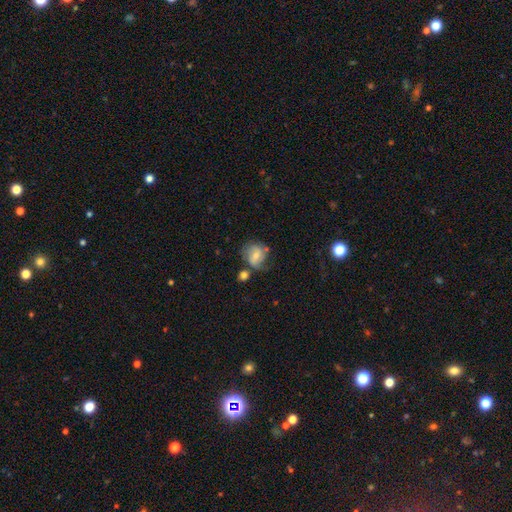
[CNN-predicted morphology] Smooth or featured?
  - smooth: 55% *
  - featured or disk: 36%
  - star or artifact: 9%
How rounded?
  - round: 66% *
  - in between: 33%
  - cigar-shaped: 1%
Merging?
  - none: 48% *
  - minor disturbance: 25%
  - merger: 17%
  - major disturbance: 11%